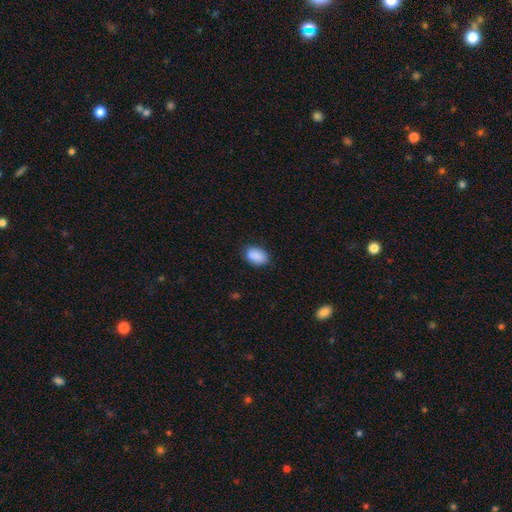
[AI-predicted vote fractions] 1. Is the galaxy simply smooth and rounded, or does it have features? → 89% smooth, 7% star or artifact, 4% featured or disk.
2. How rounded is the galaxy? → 85% in between, 13% round, 1% cigar-shaped.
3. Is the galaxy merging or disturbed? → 80% none, 16% minor disturbance, 3% major disturbance, 1% merger.